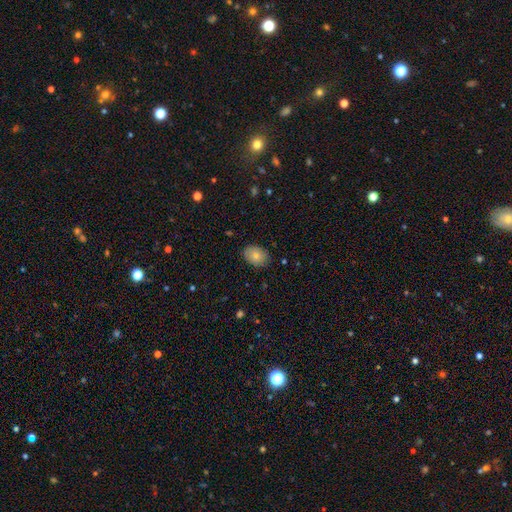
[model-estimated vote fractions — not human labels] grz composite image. It shows a smooth galaxy with no disk features (80%) that is in between round and cigar-shaped (74%). Merging: none (85%).